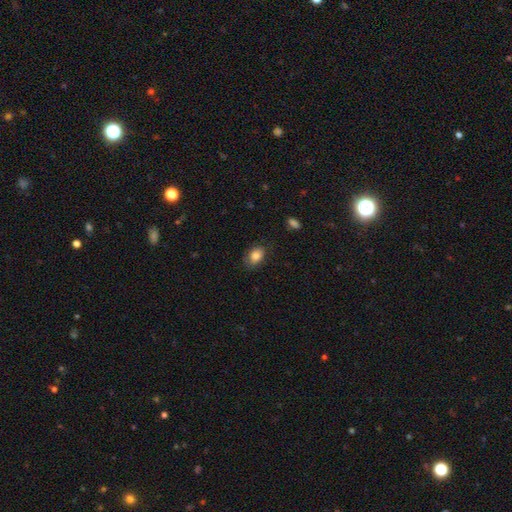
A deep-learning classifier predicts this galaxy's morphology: type=smooth (82%); roundness=in between (78%); merging=none (76%).